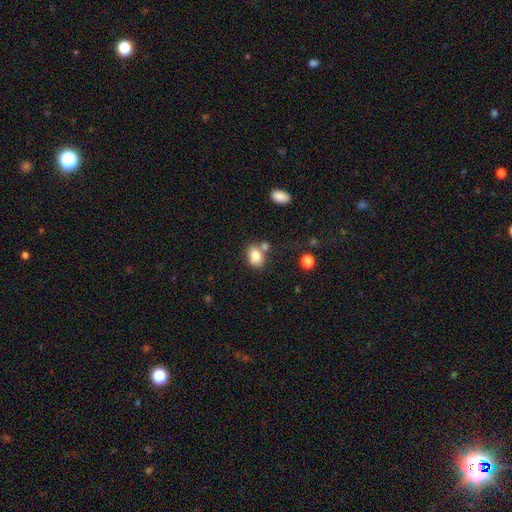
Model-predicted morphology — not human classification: Smooth or featured: smooth — 81% (featured or disk — 9%)
How rounded: in between — 63% (round — 36%)
Merging: none — 60% (merger — 22%)